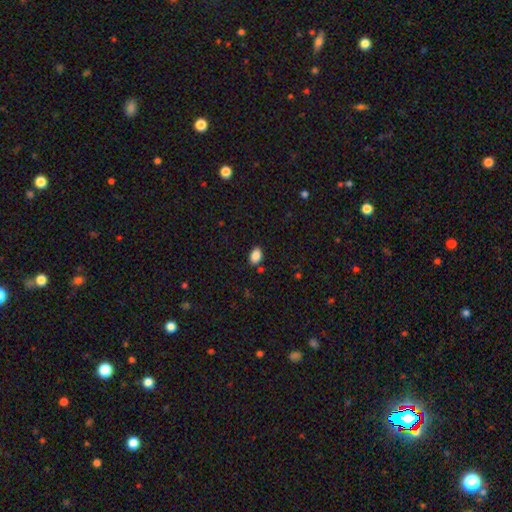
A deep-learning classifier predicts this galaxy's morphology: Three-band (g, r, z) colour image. It shows a smooth galaxy with no disk features (87%) that is in between round and cigar-shaped (84%). Merging: none (84%).